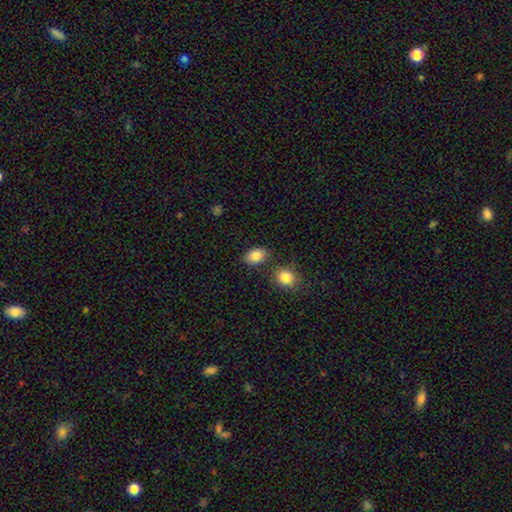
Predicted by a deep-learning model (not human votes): smooth 86%, star or artifact 8%, featured or disk 5%. Down the decision tree: how rounded — in between (80%); merging — none (75%).